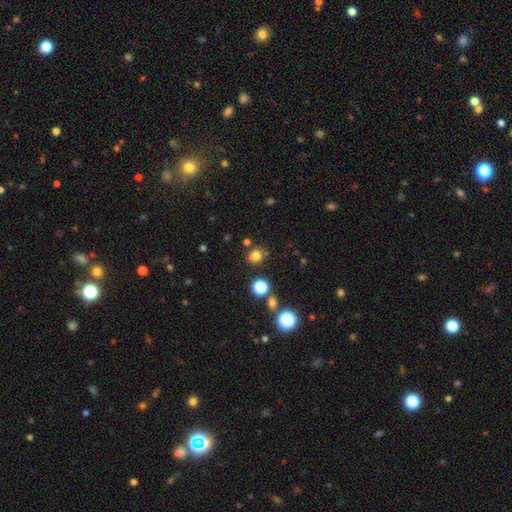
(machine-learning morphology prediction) A smooth galaxy with no disk features (75%) that is round (69%). Merging: none (78%).